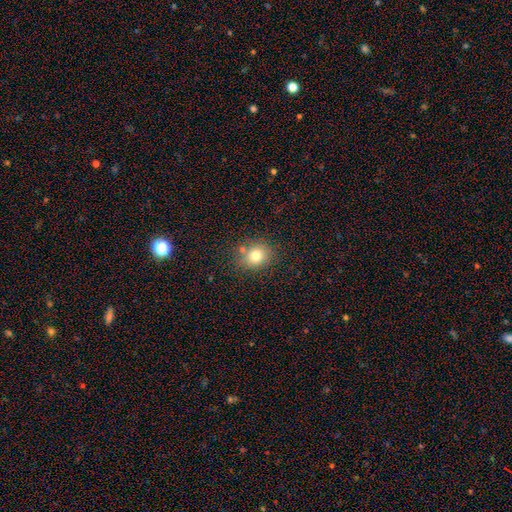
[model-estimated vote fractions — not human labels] smooth-or-featured: smooth: 78% | star or artifact: 13% | featured or disk: 9%
  how-rounded: round: 71% | in between: 28% | cigar-shaped: 1%
  merging: none: 74% | minor disturbance: 13% | merger: 9% | major disturbance: 4%